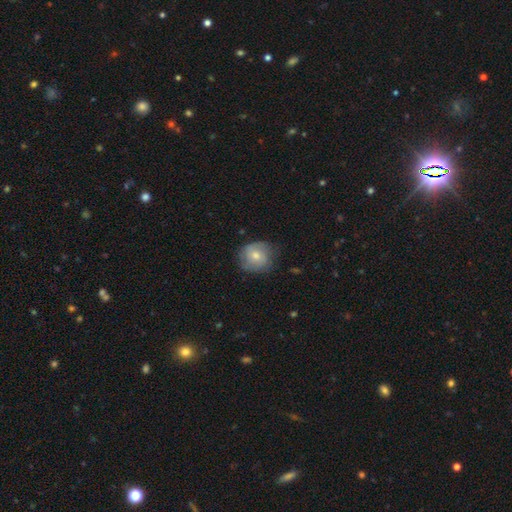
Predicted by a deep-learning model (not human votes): Smooth or featured?
  - smooth: 54% *
  - featured or disk: 39%
  - star or artifact: 7%
How rounded?
  - round: 81% *
  - in between: 18%
  - cigar-shaped: 1%
Merging?
  - none: 69% *
  - minor disturbance: 23%
  - major disturbance: 6%
  - merger: 1%